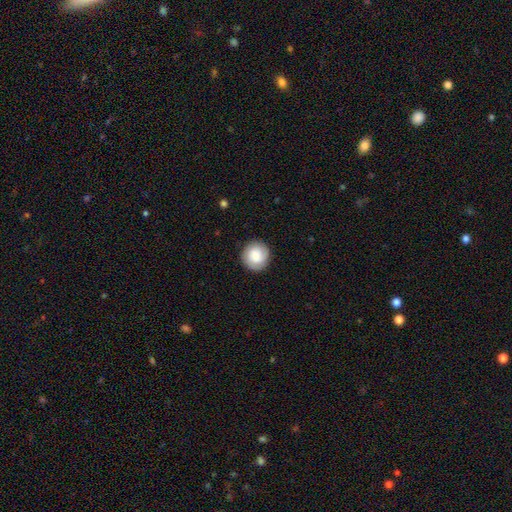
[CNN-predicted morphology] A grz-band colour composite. It shows a smooth galaxy with no disk features (74%) that is round (92%). Merging: none (88%).